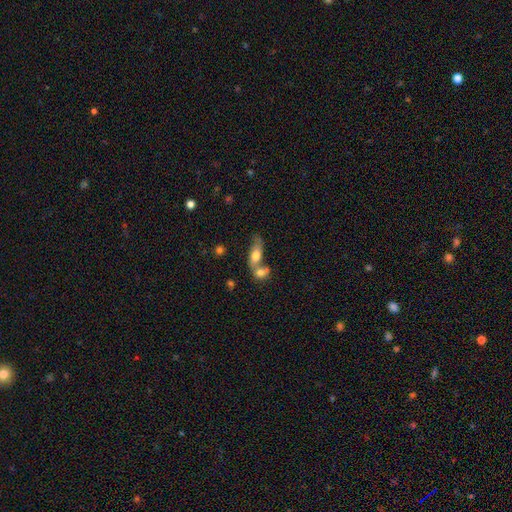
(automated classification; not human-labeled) Overall: smooth (65%; featured or disk 27%). How rounded: in between (70%). Merging: merger (59%; none 25%).